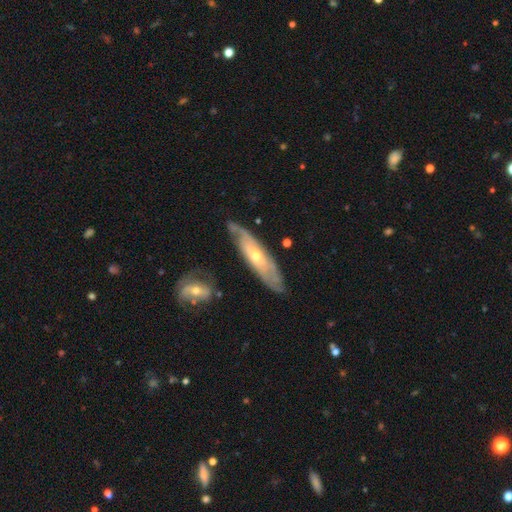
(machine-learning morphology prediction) Smooth or featured? Predicted: featured or disk (p=0.73). Edge-on disk? Predicted: no (p=0.67). Merging? Predicted: none (p=0.71).